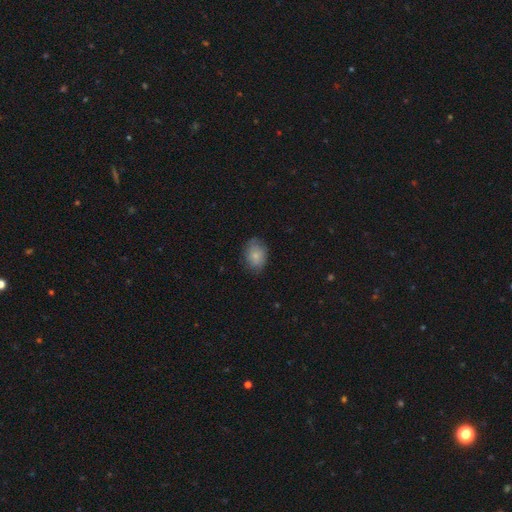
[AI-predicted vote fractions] Overall: smooth (80%). How rounded: in between (73%). Merging: none (76%).